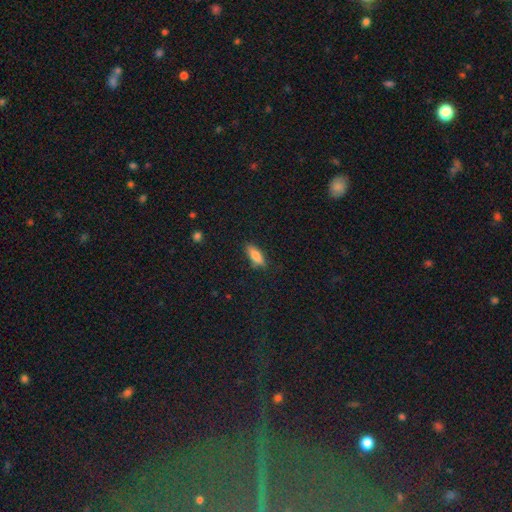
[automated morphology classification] Smooth or featured? Predicted: smooth (p=0.77). How rounded? Predicted: in between (p=0.60). Merging? Predicted: none (p=0.81).